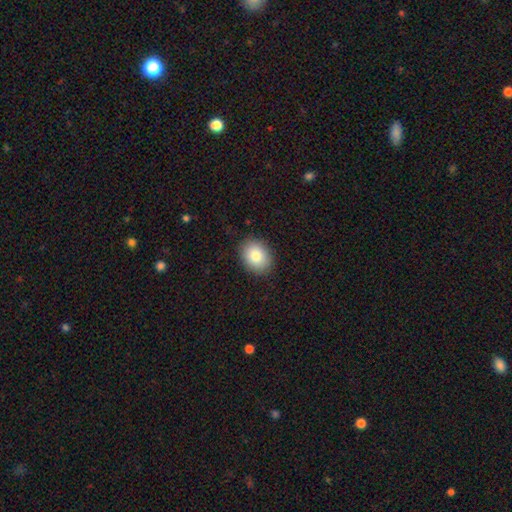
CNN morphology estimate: This is clearly a smooth galaxy (83%). How rounded: possibly in between (57%). Merging: clearly none (88%).